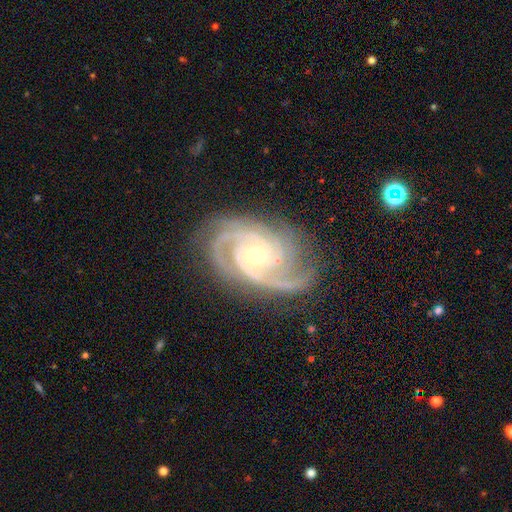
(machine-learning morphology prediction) Q: Smooth or featured?
A: featured or disk (93%); runner-up: star or artifact (5%)
Q: Edge-on disk?
A: no (97%); runner-up: yes (3%)
Q: Bar?
A: no (67%); runner-up: weak (24%)
Q: Spiral arms?
A: yes (99%); runner-up: no (1%)
Q: Spiral winding?
A: tight (70%); runner-up: medium (27%)
Q: Spiral arm count?
A: 3 (47%); runner-up: 4 (19%)
Q: Bulge size?
A: small (58%); runner-up: moderate (39%)
Q: Merging?
A: none (79%); runner-up: minor disturbance (15%)